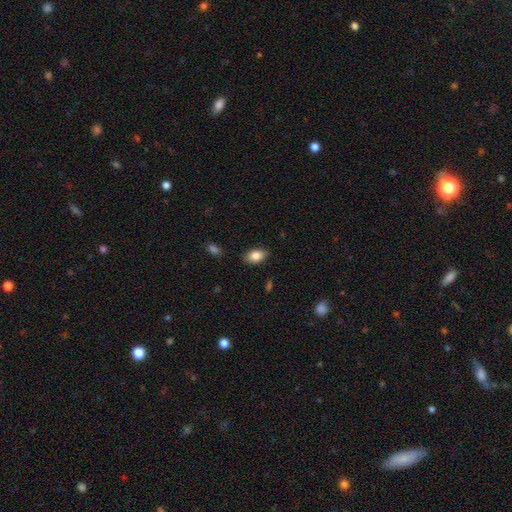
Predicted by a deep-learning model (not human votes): Morphology: type=smooth (85%); roundness=in between (87%); merging=none (86%).